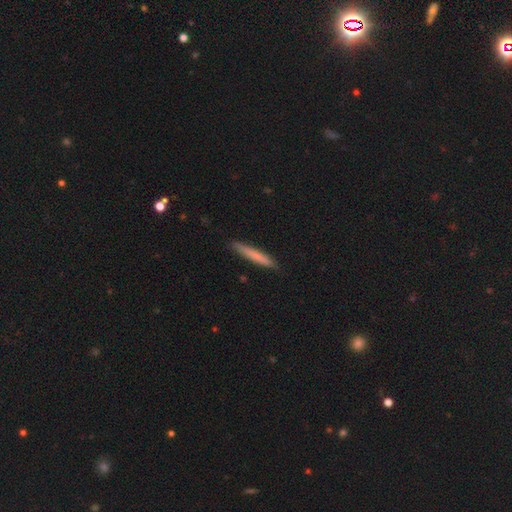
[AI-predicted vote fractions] Q: Smooth or featured?
A: smooth (73%); runner-up: featured or disk (21%)
Q: How rounded?
A: cigar-shaped (96%); runner-up: in between (3%)
Q: Merging?
A: none (89%); runner-up: minor disturbance (8%)